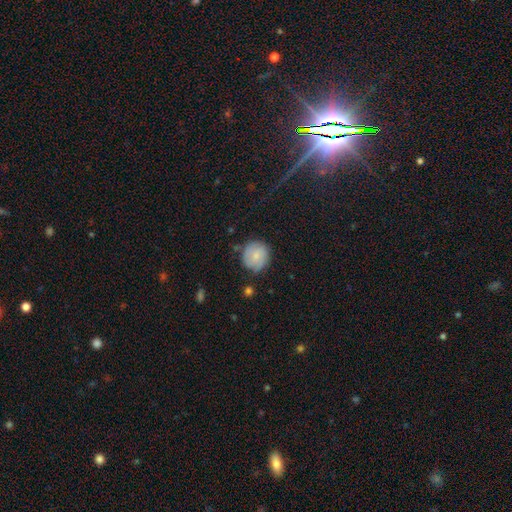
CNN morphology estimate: smooth 67%, featured or disk 26%, star or artifact 7%. Down the decision tree: how rounded — round (89%); merging — none (75%).